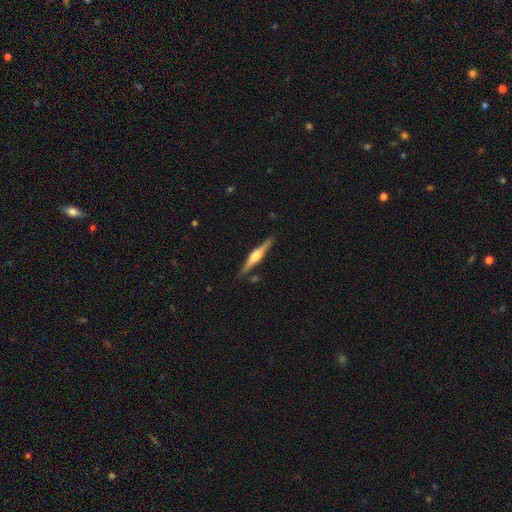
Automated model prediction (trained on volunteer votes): The model was most divided on "smooth or featured": featured or disk: 74%, smooth: 21%, star or artifact: 5%. More confident: edge-on disk — yes (98%); merging — none (87%); edge-on bulge — rounded (87%).